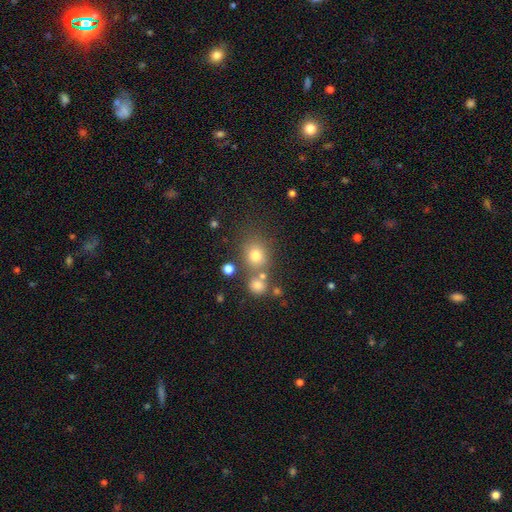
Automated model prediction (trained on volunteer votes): Morphology: type=smooth (72%); roundness=round (73%); merging=none (64%).